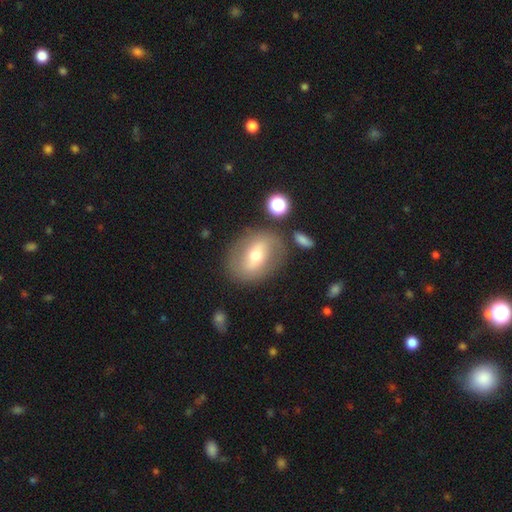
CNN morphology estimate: Smooth or featured? Predicted: featured or disk (p=0.51). Edge-on disk? Predicted: no (p=0.90). Merging? Predicted: none (p=0.76).